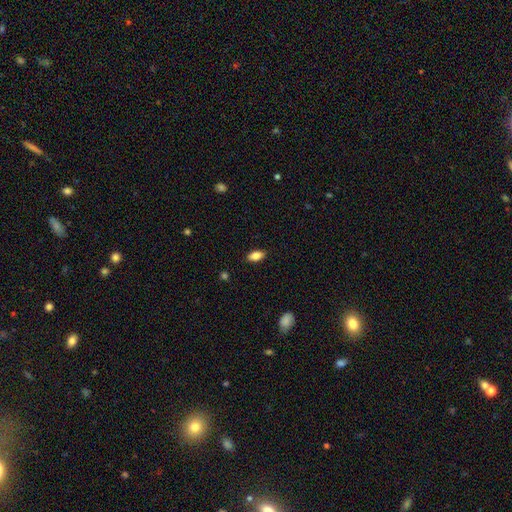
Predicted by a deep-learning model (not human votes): A smooth galaxy with no disk features (83%) that is in between round and cigar-shaped (89%).

Vote fractions:
- Smooth or featured? smooth: 83% / featured or disk: 9% / star or artifact: 8%
- How rounded? in between: 89% / cigar-shaped: 7% / round: 4%
- Merging? none: 87% / minor disturbance: 9% / major disturbance: 2% / merger: 1%